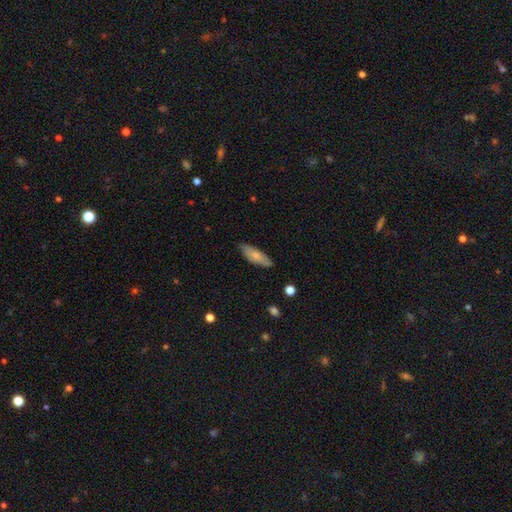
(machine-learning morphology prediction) Overall: smooth (68%). How rounded: in between (65%; cigar-shaped 33%). Merging: none (79%).